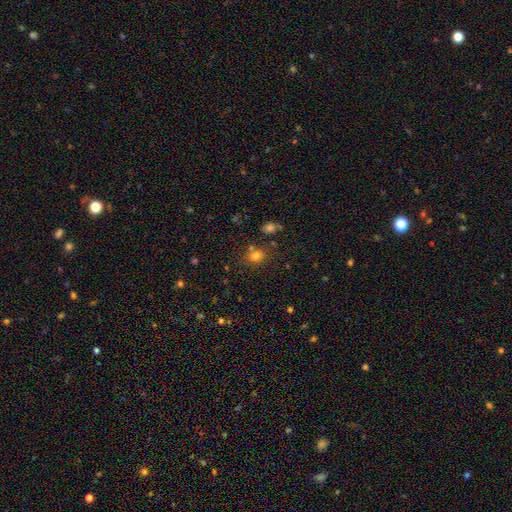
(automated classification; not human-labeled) This is likely a smooth galaxy (75%). How rounded: likely round (61%). Merging: likely none (69%).